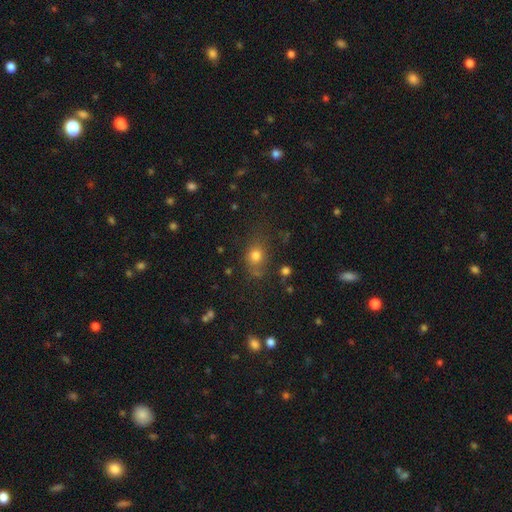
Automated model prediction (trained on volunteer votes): Morphology: type=smooth (76%); roundness=round (64%); merging=none (65%).